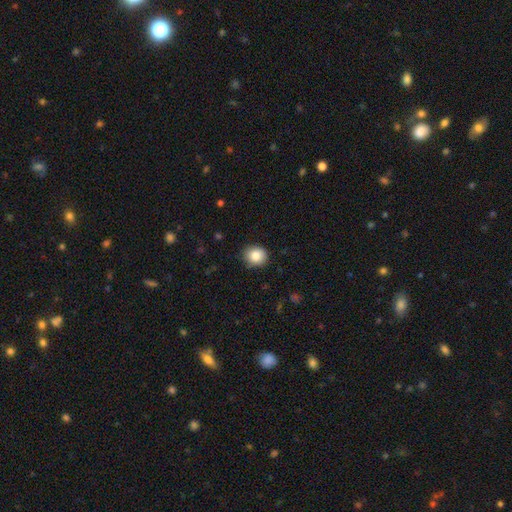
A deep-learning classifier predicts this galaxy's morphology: Overall: smooth (84%). How rounded: round (75%). Merging: none (86%).